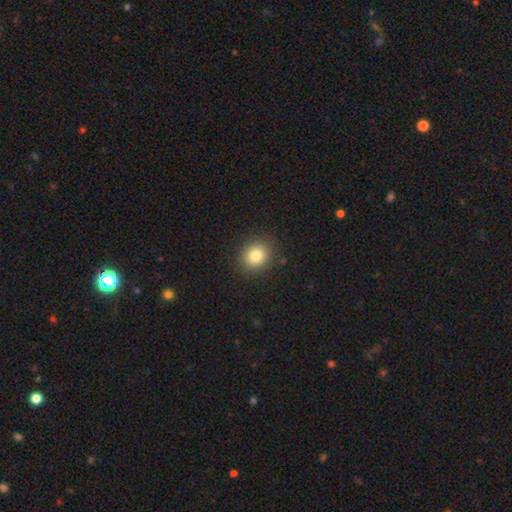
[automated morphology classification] This is clearly a smooth galaxy (82%). How rounded: likely round (69%). Merging: clearly none (88%).